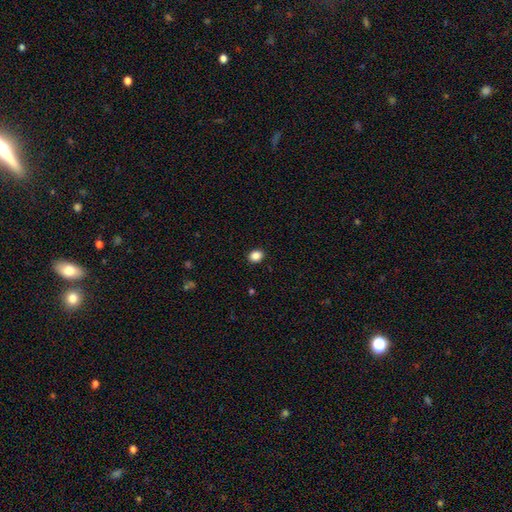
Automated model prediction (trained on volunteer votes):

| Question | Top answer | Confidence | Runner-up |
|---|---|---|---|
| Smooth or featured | smooth | 87% | star or artifact (10%) |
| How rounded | in between | 52% | round (47%) |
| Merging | none | 90% | minor disturbance (7%) |